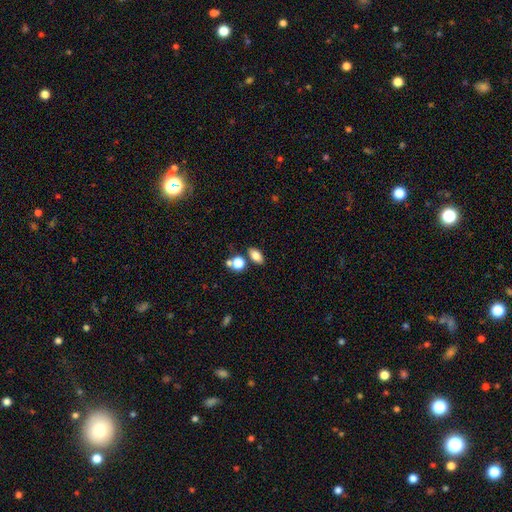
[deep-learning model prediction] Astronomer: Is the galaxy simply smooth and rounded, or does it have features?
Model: smooth — 78%.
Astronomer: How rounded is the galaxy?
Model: in between — 83%.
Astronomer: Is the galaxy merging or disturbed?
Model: none — 75%.